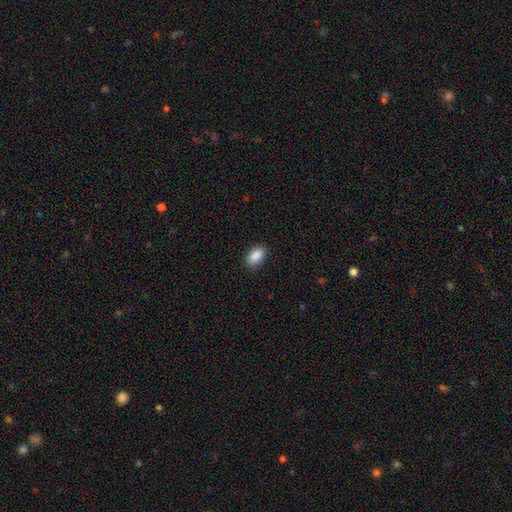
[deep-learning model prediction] Smooth or featured: smooth — 90% (star or artifact — 7%)
How rounded: in between — 92% (round — 6%)
Merging: none — 88% (minor disturbance — 9%)